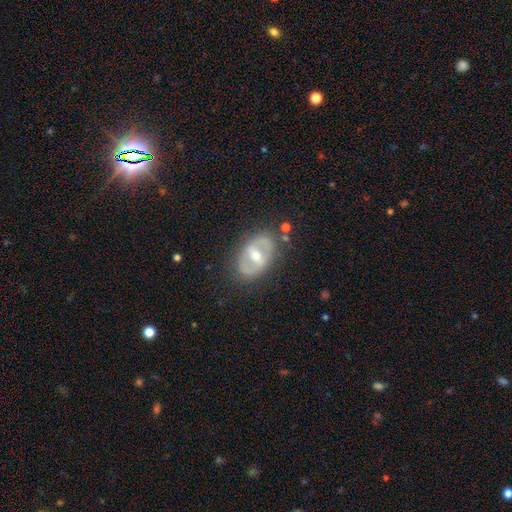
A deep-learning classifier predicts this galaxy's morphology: Smooth or featured: featured or disk — 72% (smooth — 21%)
Edge-on disk: no — 94% (yes — 6%)
Bar: strong — 47% (weak — 36%)
Spiral arms: no — 55% (yes — 45%)
Bulge size: moderate — 64% (small — 31%)
Merging: none — 78% (minor disturbance — 14%)